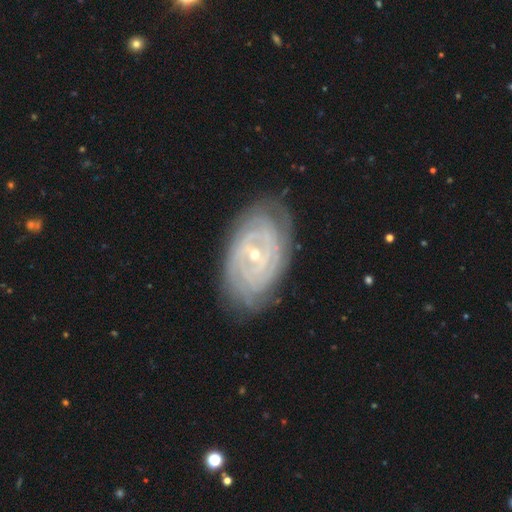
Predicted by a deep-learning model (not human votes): Smooth or featured?
  - featured or disk: 88% *
  - smooth: 7%
  - star or artifact: 5%
Edge-on disk?
  - no: 96% *
  - yes: 4%
Bar?
  - no: 42% *
  - weak: 40%
  - strong: 18%
Spiral arms?
  - yes: 96% *
  - no: 4%
Spiral winding?
  - tight: 85% *
  - medium: 13%
  - loose: 3%
Spiral arm count?
  - can't tell: 34% *
  - 2: 20%
  - 4: 17%
  - 3: 13%
  - more than 4: 10%
  - 1: 6%
Bulge size?
  - small: 71% *
  - moderate: 26%
  - large: 1%
  - none: 1%
  - dominant: 1%
Merging?
  - none: 79% *
  - minor disturbance: 15%
  - major disturbance: 4%
  - merger: 1%